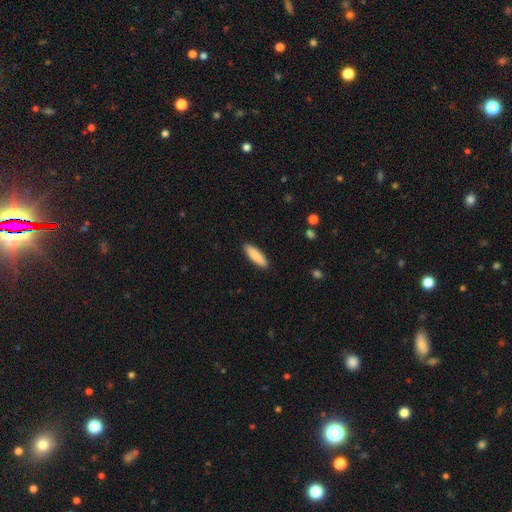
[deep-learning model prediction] Q: Smooth or featured?
A: smooth (85%); runner-up: featured or disk (9%)
Q: How rounded?
A: cigar-shaped (63%); runner-up: in between (36%)
Q: Merging?
A: none (90%); runner-up: minor disturbance (7%)